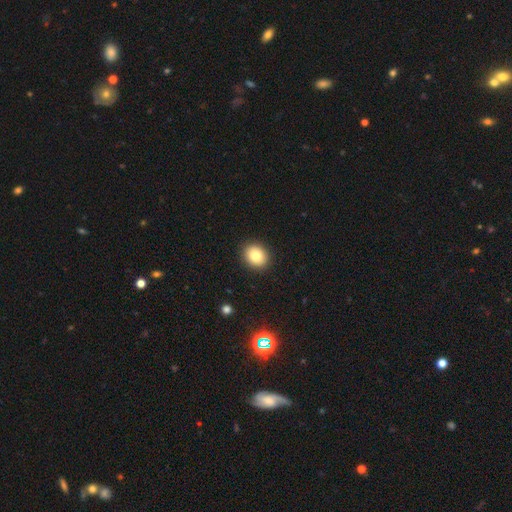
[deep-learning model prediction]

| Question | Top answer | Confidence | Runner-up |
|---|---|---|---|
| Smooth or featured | smooth | 81% | star or artifact (9%) |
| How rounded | round | 64% | in between (35%) |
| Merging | none | 91% | minor disturbance (6%) |